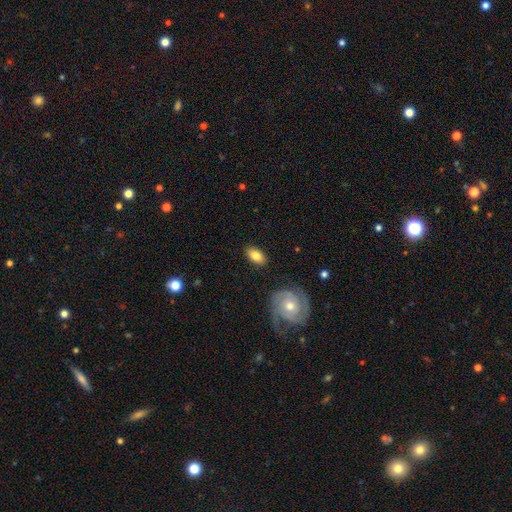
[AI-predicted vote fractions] Smooth or featured? smooth (81%)
How rounded? in between (91%)
Merging? none (85%)